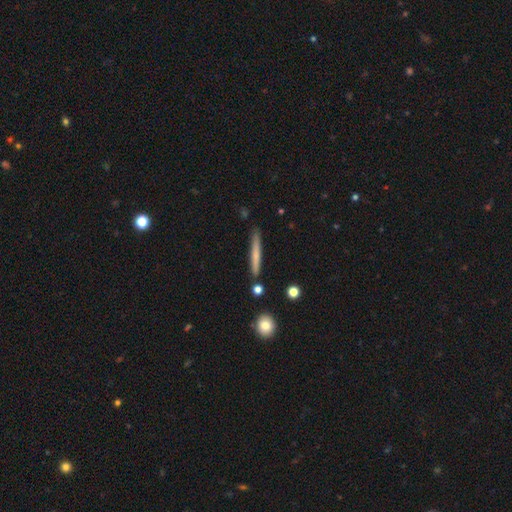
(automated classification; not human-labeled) A smooth galaxy with no disk features (63%) that is cigar-shaped (95%).

Vote fractions:
- Smooth or featured? smooth: 63% / featured or disk: 31% / star or artifact: 7%
- How rounded? cigar-shaped: 95% / in between: 3% / round: 2%
- Merging? none: 84% / minor disturbance: 11% / merger: 3% / major disturbance: 2%